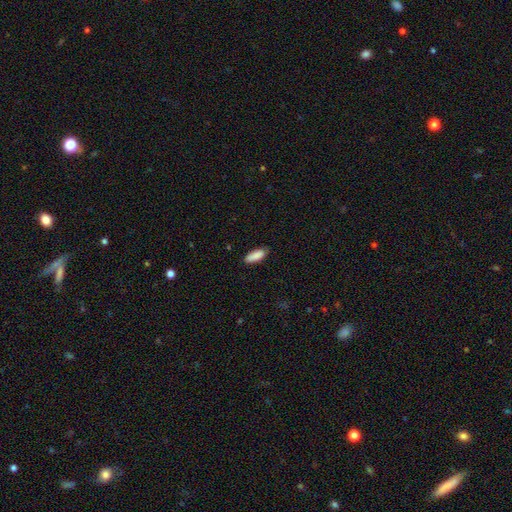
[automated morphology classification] The model was most divided on "how rounded": in between: 65%, cigar-shaped: 33%, round: 2%. More confident: smooth or featured — smooth (89%); merging — none (85%).